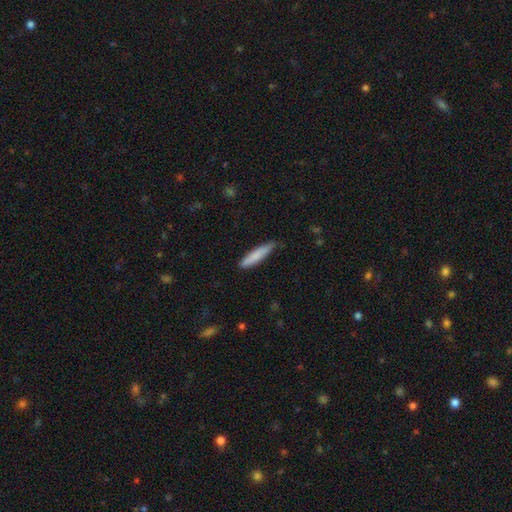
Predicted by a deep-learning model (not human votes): smooth_or_featured: smooth (p=0.80) [alt: featured or disk p=0.14]
how_rounded: cigar-shaped (p=0.85) [alt: in between p=0.14]
merging: none (p=0.76) [alt: minor disturbance p=0.20]